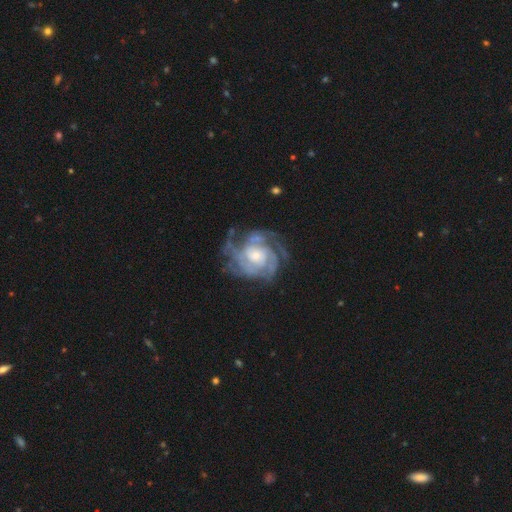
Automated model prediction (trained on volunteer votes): Smooth or featured?
  - featured or disk: 88% *
  - smooth: 7%
  - star or artifact: 5%
Edge-on disk?
  - no: 98% *
  - yes: 2%
Bar?
  - no: 71% *
  - weak: 23%
  - strong: 5%
Spiral arms?
  - yes: 96% *
  - no: 4%
Spiral winding?
  - tight: 62% *
  - medium: 31%
  - loose: 7%
Spiral arm count?
  - can't tell: 27% *
  - 3: 25%
  - 4: 19%
  - 2: 15%
  - more than 4: 8%
  - 1: 7%
Bulge size?
  - moderate: 49% *
  - small: 36%
  - large: 11%
  - none: 3%
  - dominant: 1%
Merging?
  - none: 65% *
  - minor disturbance: 19%
  - major disturbance: 14%
  - merger: 2%